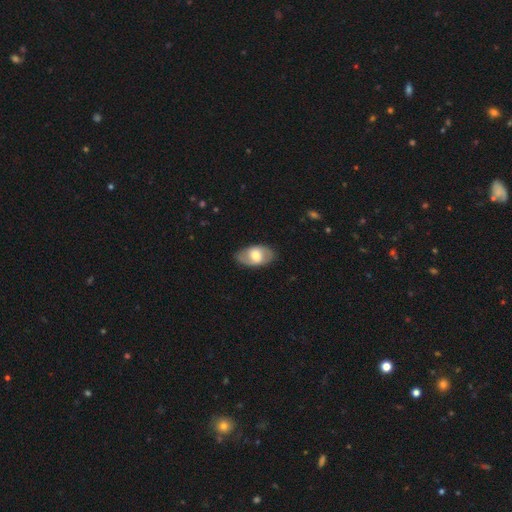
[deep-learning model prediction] The model was most divided on "smooth or featured": smooth: 49%, featured or disk: 45%, star or artifact: 6%. More confident: merging — none (81%).